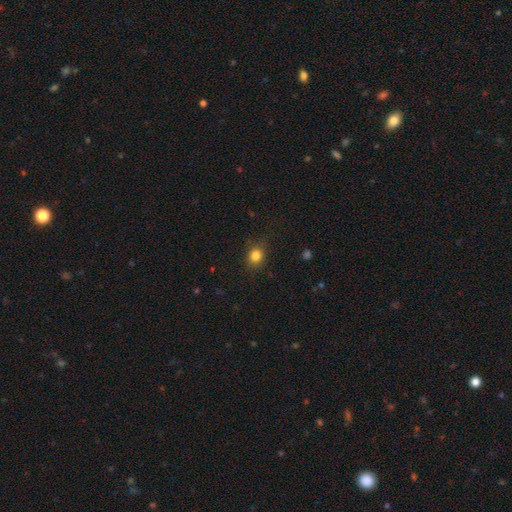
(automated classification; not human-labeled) Smooth or featured: smooth — 83% (star or artifact — 12%)
How rounded: round — 69% (in between — 30%)
Merging: none — 83% (minor disturbance — 12%)